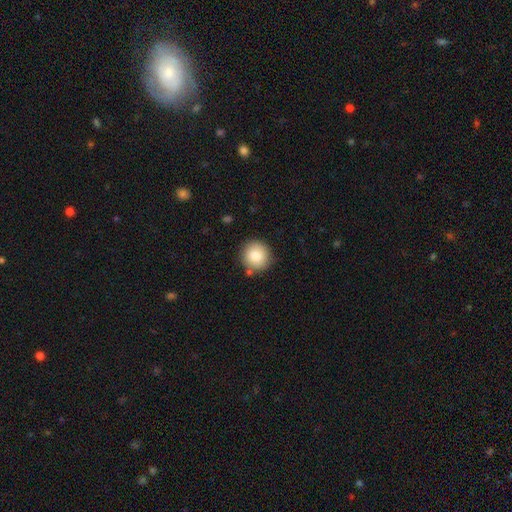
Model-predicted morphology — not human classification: type=smooth (84%); roundness=round (92%); merging=none (84%).